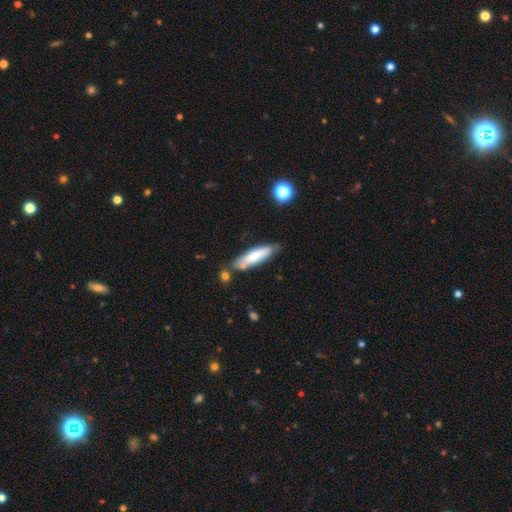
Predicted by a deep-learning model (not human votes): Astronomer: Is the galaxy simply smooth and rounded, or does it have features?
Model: smooth — 67%.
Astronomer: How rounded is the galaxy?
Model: cigar-shaped — 70%.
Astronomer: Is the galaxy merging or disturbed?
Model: none — 72%.